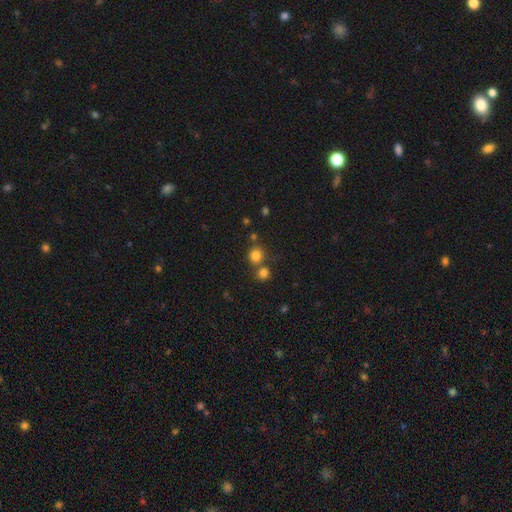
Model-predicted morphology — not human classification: Smooth or featured: smooth — 80% (star or artifact — 14%)
How rounded: round — 89% (in between — 10%)
Merging: none — 64% (merger — 26%)